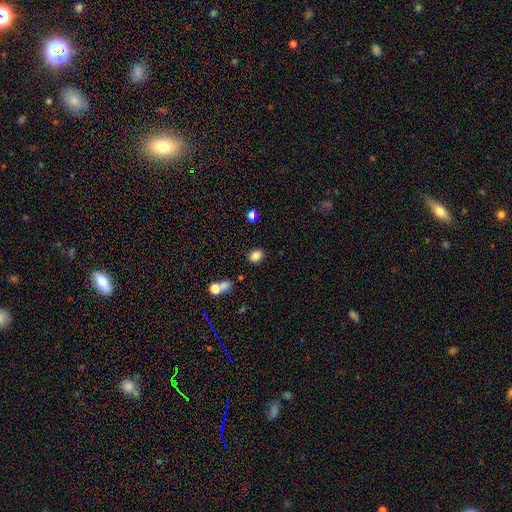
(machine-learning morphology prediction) Smooth or featured? Predicted: smooth (p=0.84). How rounded? Predicted: in between (p=0.62). Merging? Predicted: none (p=0.84).